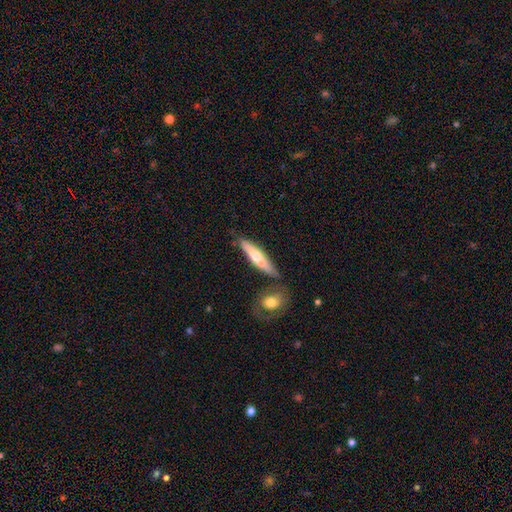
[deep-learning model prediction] smooth-or-featured: smooth: 56% | featured or disk: 39% | star or artifact: 5%
  how-rounded: cigar-shaped: 79% | in between: 19% | round: 2%
  merging: none: 62% | merger: 17% | minor disturbance: 16% | major disturbance: 4%